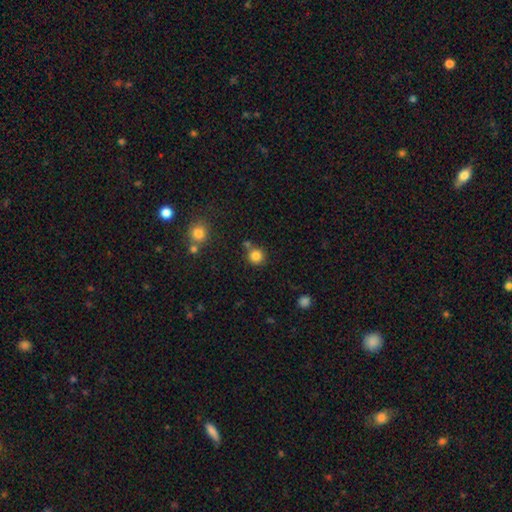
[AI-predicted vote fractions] Morphology: type=smooth (83%); roundness=round (93%); merging=none (75%).